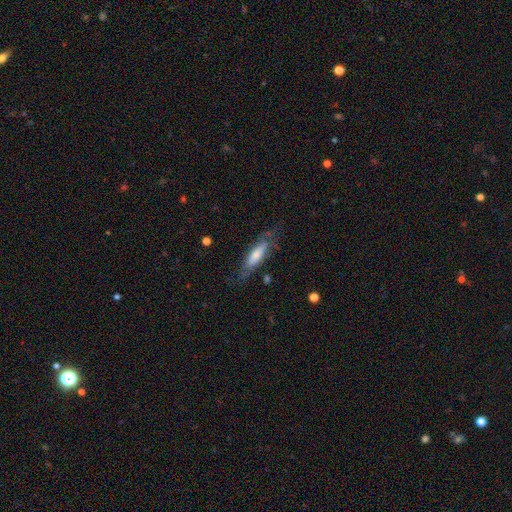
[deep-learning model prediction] Q: Smooth or featured?
A: featured or disk (50%); runner-up: smooth (42%)
Q: Merging?
A: none (71%); runner-up: minor disturbance (19%)